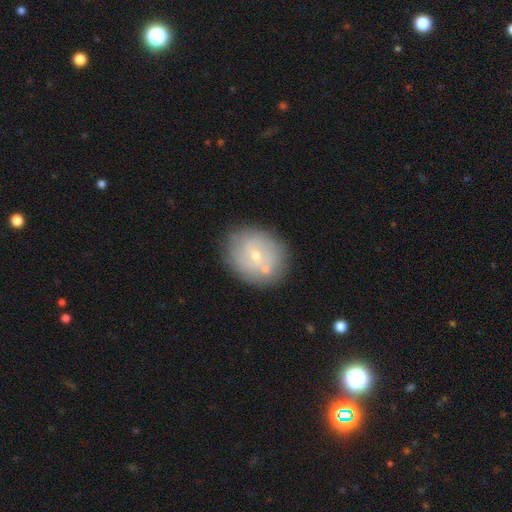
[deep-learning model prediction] Morphology: type=featured or disk (50%); edge-on=no (96%); merging=none (69%).